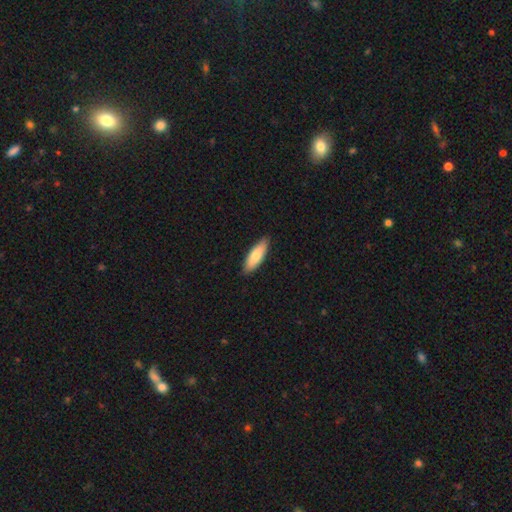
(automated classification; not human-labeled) The model was most divided on "how rounded": in between: 53%, cigar-shaped: 45%, round: 2%. More confident: merging — none (88%); smooth or featured — smooth (79%).